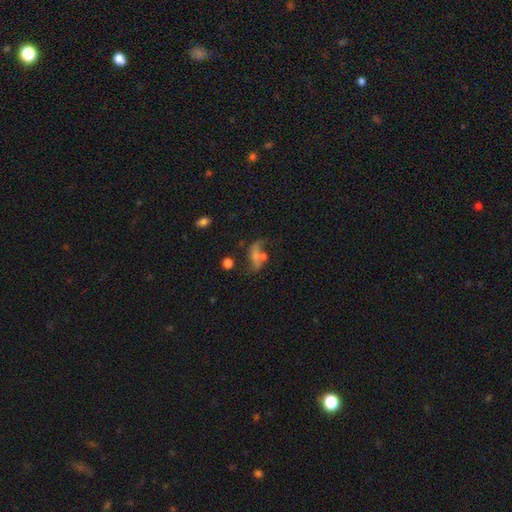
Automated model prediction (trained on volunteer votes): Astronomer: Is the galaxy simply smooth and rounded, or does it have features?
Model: featured or disk — 51% (runner-up: smooth, 35%).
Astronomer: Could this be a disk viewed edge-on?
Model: no — 90%.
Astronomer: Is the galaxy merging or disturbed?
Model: none — 37% (runner-up: merger, 23%).